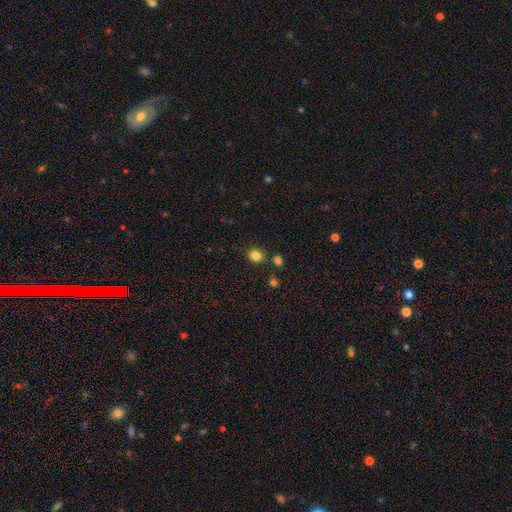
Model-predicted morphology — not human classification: smooth 84%, star or artifact 12%, featured or disk 4%. Down the decision tree: how rounded — round (74%); merging — none (82%).